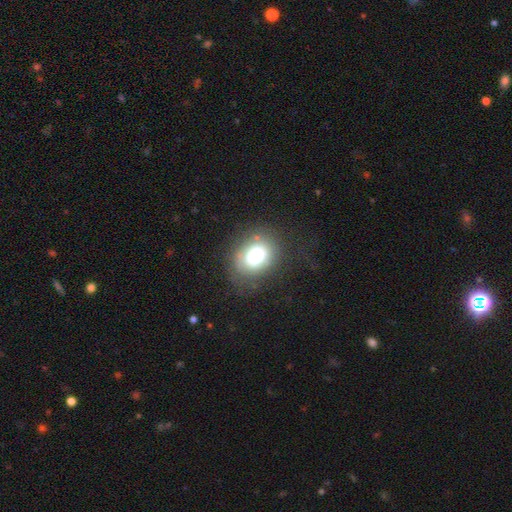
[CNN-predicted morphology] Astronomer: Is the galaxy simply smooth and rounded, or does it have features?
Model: smooth — 68%.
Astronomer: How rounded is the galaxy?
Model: in between — 61% (runner-up: round, 39%).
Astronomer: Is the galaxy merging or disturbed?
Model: none — 67%.